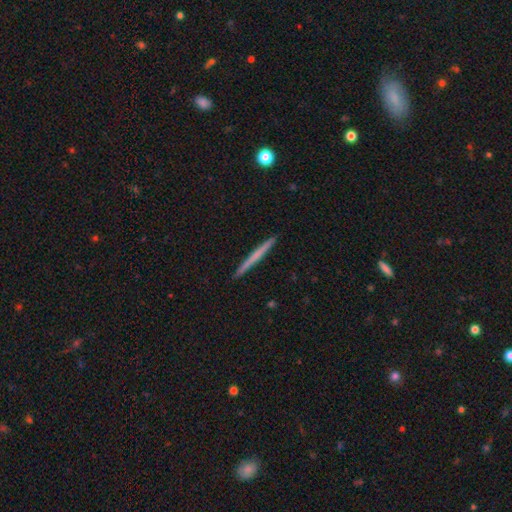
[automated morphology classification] smooth_or_featured: smooth (p=0.50) [alt: featured or disk p=0.45]
merging: none (p=0.93) [alt: minor disturbance p=0.05]